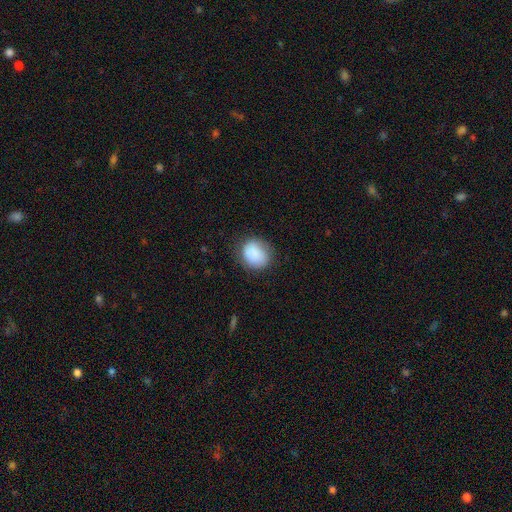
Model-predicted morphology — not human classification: The model was most divided on "how rounded": round: 65%, in between: 34%, cigar-shaped: 1%. More confident: smooth or featured — smooth (86%); merging — none (77%).